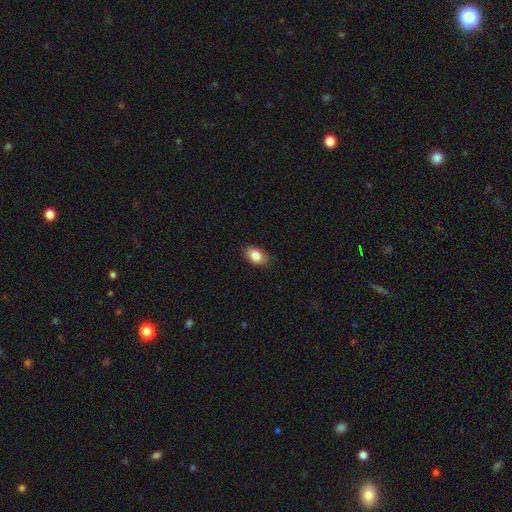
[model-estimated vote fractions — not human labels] Smooth or featured? Predicted: smooth (p=0.85). How rounded? Predicted: in between (p=0.85). Merging? Predicted: none (p=0.81).